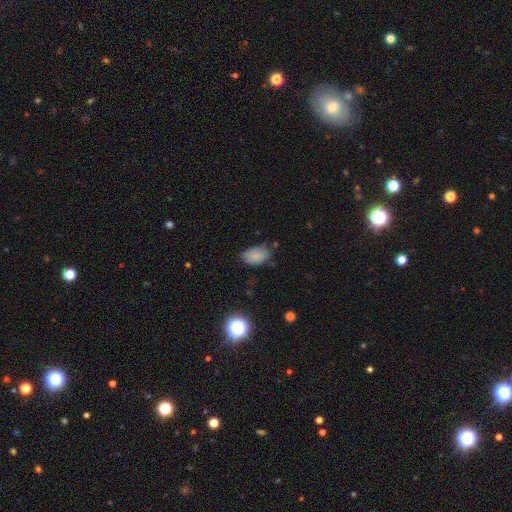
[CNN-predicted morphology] type=smooth (80%); roundness=in between (91%); merging=none (70%).